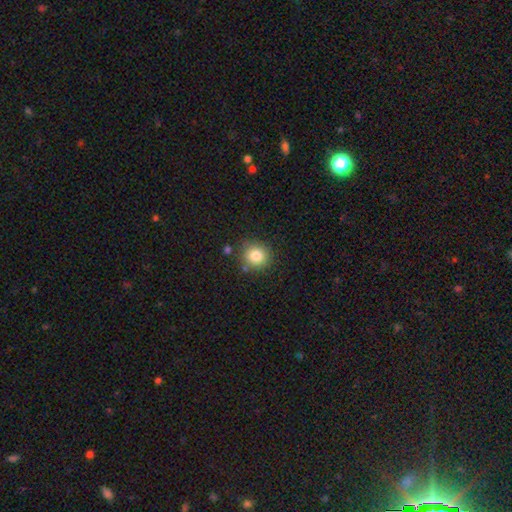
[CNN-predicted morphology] This appears to be a smooth galaxy with no disk features (81%) that is round (88%). Merging: none (81%).